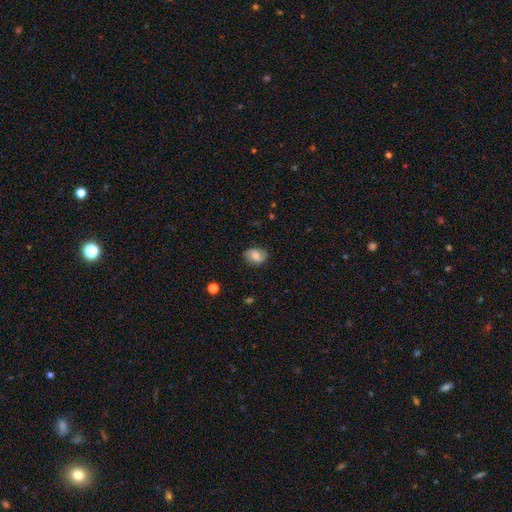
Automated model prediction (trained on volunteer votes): A smooth galaxy with no disk features (68%) that is in between round and cigar-shaped (70%). Merging: none (74%).